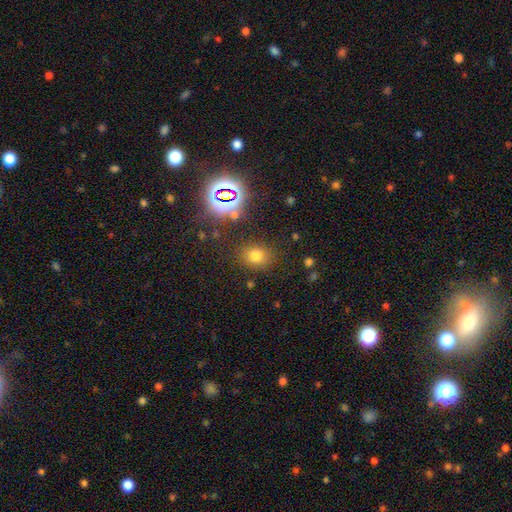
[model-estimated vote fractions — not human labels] This appears to be a smooth galaxy with no disk features (71%) that is round (58%). Merging: none (82%).